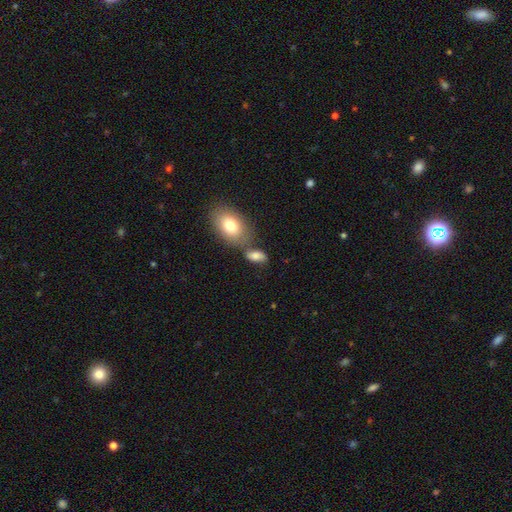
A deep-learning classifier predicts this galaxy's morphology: smooth_or_featured: smooth (p=0.78) [alt: featured or disk p=0.13]
how_rounded: in between (p=0.88) [alt: round p=0.09]
merging: none (p=0.53) [alt: merger p=0.24]